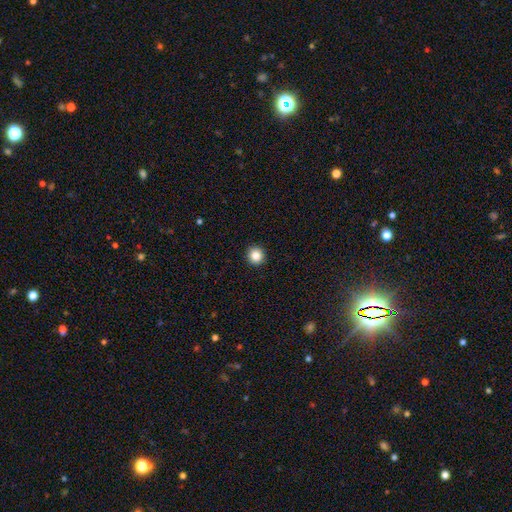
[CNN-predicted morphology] Smooth or featured? smooth (86%)
How rounded? round (94%)
Merging? none (94%)